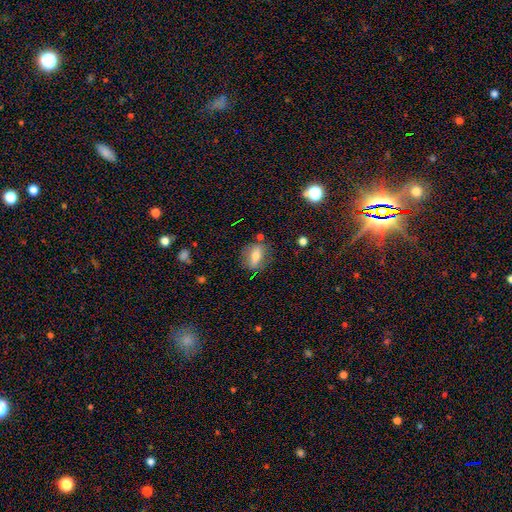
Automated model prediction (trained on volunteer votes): This is likely a smooth galaxy (69%). How rounded: likely in between (71%). Merging: likely none (71%).